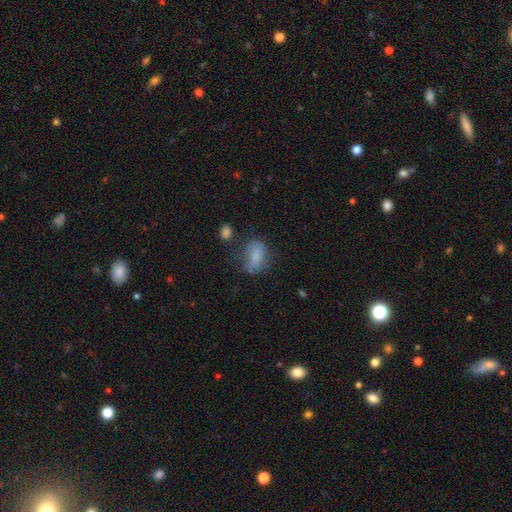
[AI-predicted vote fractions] A smooth galaxy with no disk features (75%) that is in between round and cigar-shaped (84%).

Vote fractions:
- Smooth or featured? smooth: 75% / featured or disk: 14% / star or artifact: 11%
- How rounded? in between: 84% / round: 13% / cigar-shaped: 3%
- Merging? none: 47% / minor disturbance: 28% / major disturbance: 19% / merger: 6%